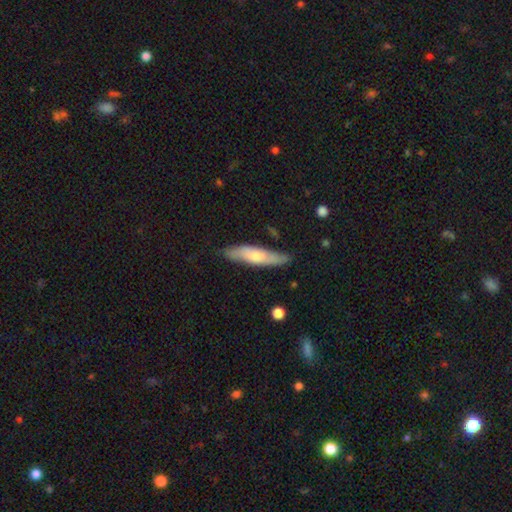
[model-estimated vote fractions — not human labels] Smooth or featured? Predicted: smooth (p=0.60). How rounded? Predicted: cigar-shaped (p=0.73). Merging? Predicted: none (p=0.80).